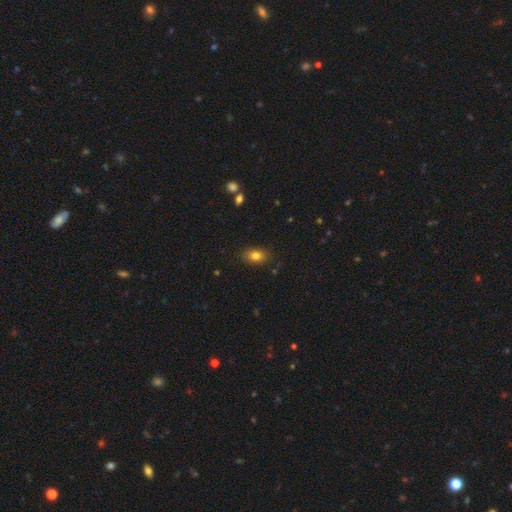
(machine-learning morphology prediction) This appears to be a smooth galaxy with no disk features (81%) that is in between round and cigar-shaped (81%). Merging: none (85%).